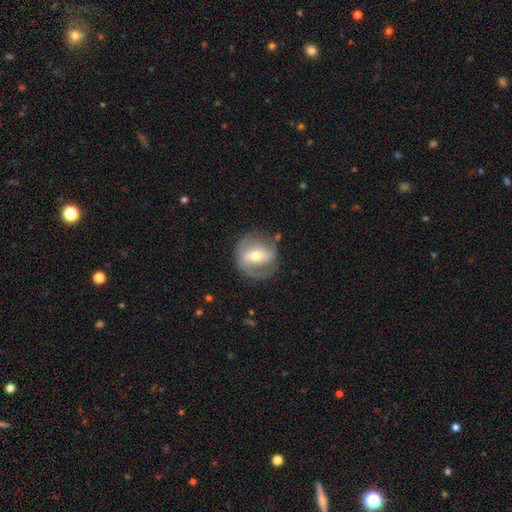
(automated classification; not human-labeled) This appears to be a featured or disk galaxy (70%) with a weak bar (40%), 2 (64%) medium (43%) spiral arms (79%) and a moderate central bulge (64%). Merging: none (67%).